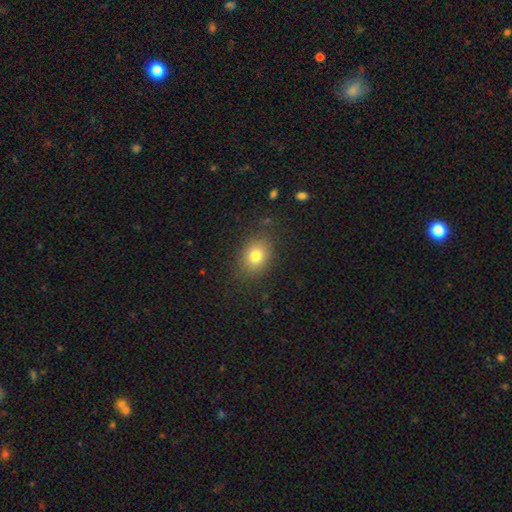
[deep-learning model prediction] Smooth or featured? smooth (79%)
How rounded? in between (52%)
Merging? none (84%)